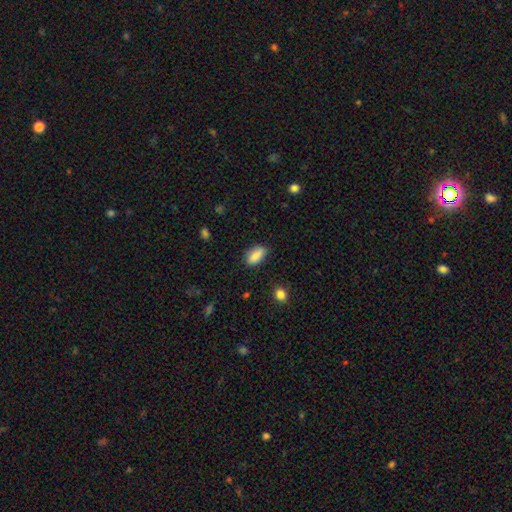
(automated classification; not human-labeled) This appears to be a smooth galaxy with no disk features (86%) that is in between round and cigar-shaped (87%). Merging: none (83%).